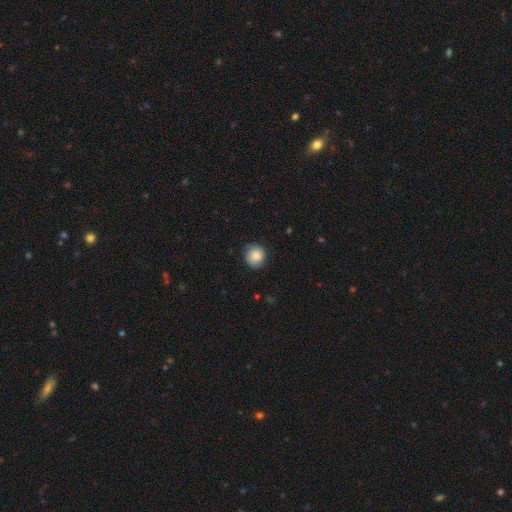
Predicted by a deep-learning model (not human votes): This is clearly a smooth galaxy (81%). How rounded: clearly round (88%). Merging: clearly none (81%).